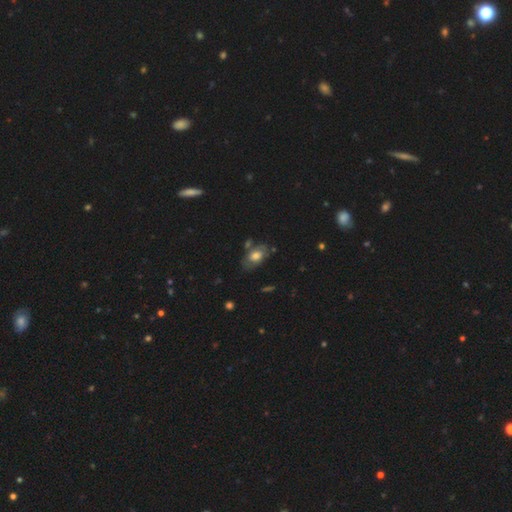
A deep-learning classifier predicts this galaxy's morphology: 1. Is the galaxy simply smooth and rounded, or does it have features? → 56% smooth, 35% featured or disk, 9% star or artifact.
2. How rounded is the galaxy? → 85% in between, 12% round, 2% cigar-shaped.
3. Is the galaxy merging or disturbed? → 59% none, 24% minor disturbance, 10% major disturbance, 8% merger.